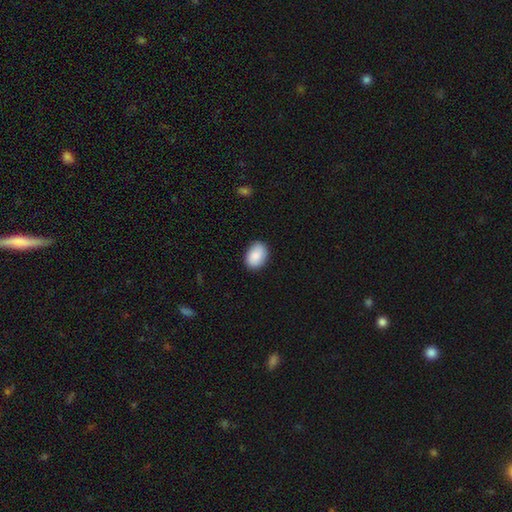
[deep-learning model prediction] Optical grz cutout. It shows a smooth galaxy with no disk features (89%) that is in between round and cigar-shaped (83%). Merging: none (85%).